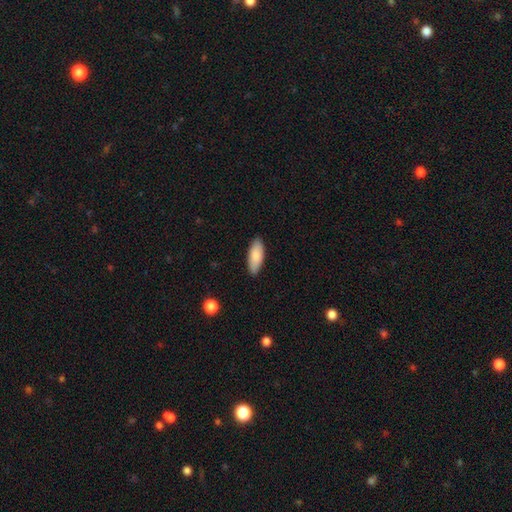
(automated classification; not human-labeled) Smooth or featured?
  - smooth: 86% *
  - featured or disk: 9%
  - star or artifact: 6%
How rounded?
  - in between: 78% *
  - cigar-shaped: 21%
  - round: 2%
Merging?
  - none: 87% *
  - minor disturbance: 10%
  - major disturbance: 2%
  - merger: 1%